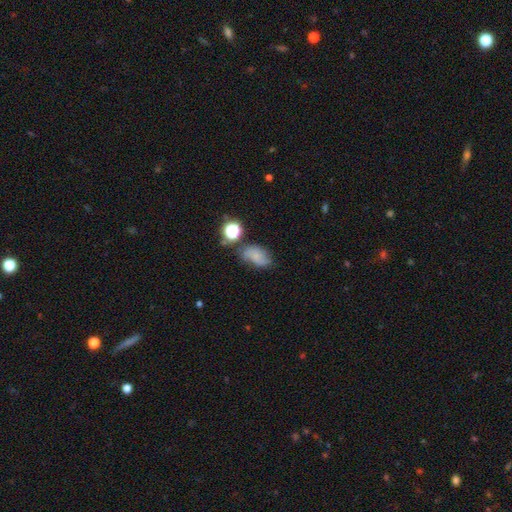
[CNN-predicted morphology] Smooth or featured: smooth — 55% (featured or disk — 28%)
How rounded: in between — 82% (round — 15%)
Merging: none — 50% (minor disturbance — 29%)